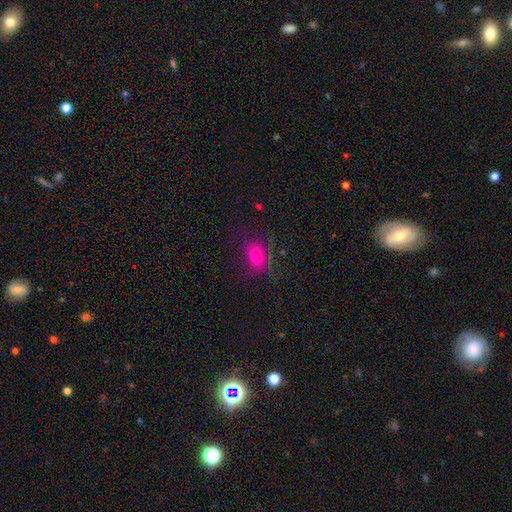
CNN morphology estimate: Overall: smooth (73%). How rounded: in between (77%). Merging: none (69%).